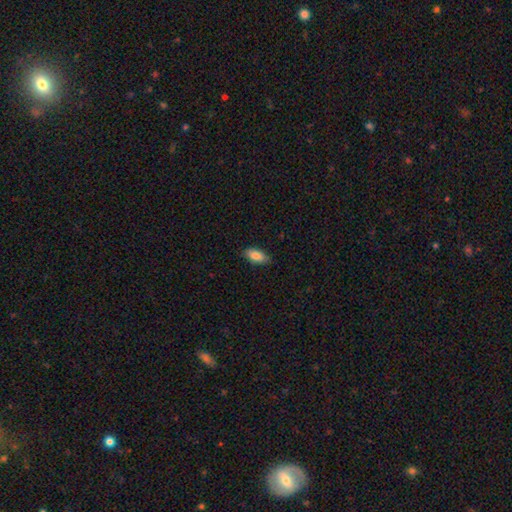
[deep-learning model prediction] smooth-or-featured: smooth: 86% | featured or disk: 7% | star or artifact: 7%
  how-rounded: in between: 90% | cigar-shaped: 8% | round: 2%
  merging: none: 84% | minor disturbance: 13% | major disturbance: 2% | merger: 1%